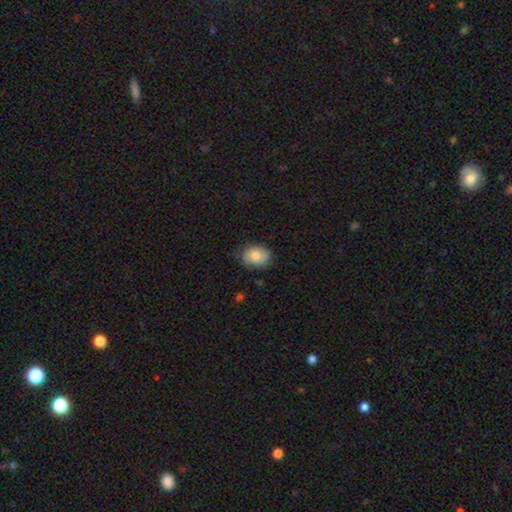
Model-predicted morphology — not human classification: Smooth or featured? Predicted: smooth (p=0.77). How rounded? Predicted: in between (p=0.56). Merging? Predicted: none (p=0.70).